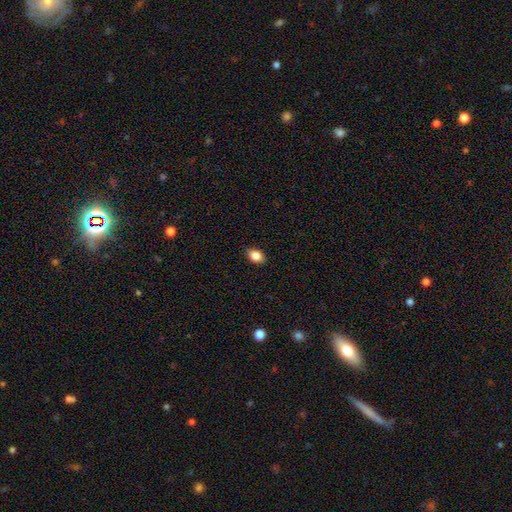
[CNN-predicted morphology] smooth-or-featured: smooth: 86% | star or artifact: 9% | featured or disk: 5%
  how-rounded: in between: 79% | round: 19% | cigar-shaped: 1%
  merging: none: 88% | minor disturbance: 9% | major disturbance: 2% | merger: 1%